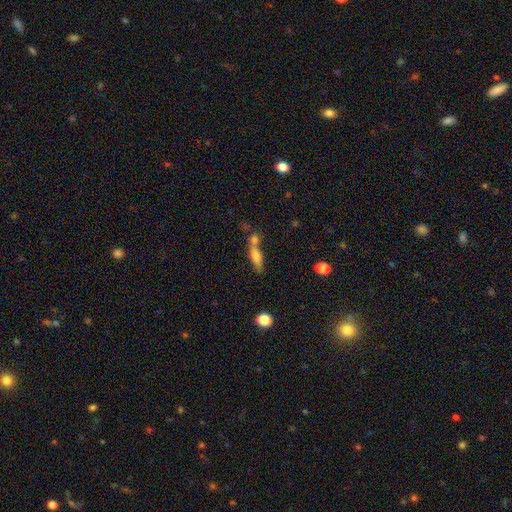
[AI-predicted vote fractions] This appears to be a smooth galaxy with no disk features (69%) that is cigar-shaped (52%). Merging: merger (43%).